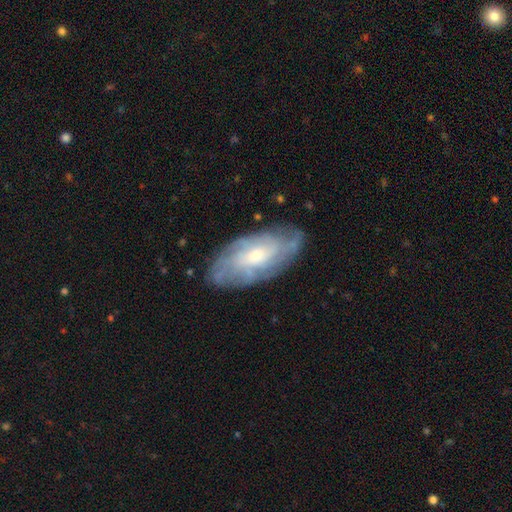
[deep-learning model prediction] This appears to be a featured or disk galaxy (71%) with no bar (64%), tight (58%) spiral arms (86%) and a moderate central bulge (47%). Merging: none (77%).